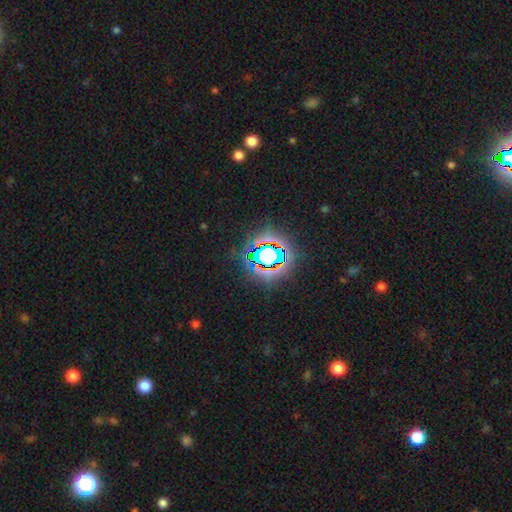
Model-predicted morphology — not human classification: A star or artifact, not a galaxy (79%).

Vote fractions:
- Smooth or featured? star or artifact: 79% / smooth: 13% / featured or disk: 8%